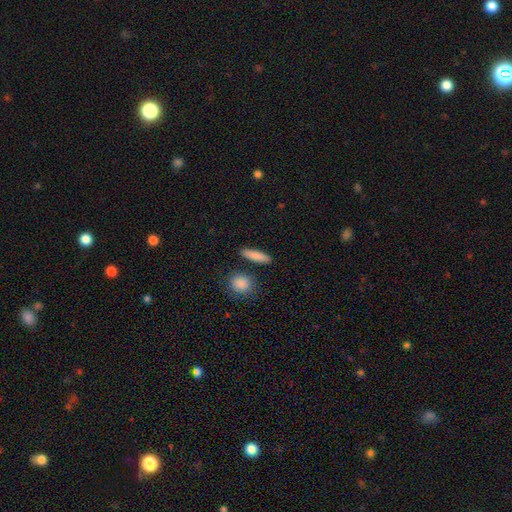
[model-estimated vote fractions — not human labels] This is clearly a smooth galaxy (85%). How rounded: likely cigar-shaped (63%). Merging: clearly none (87%).